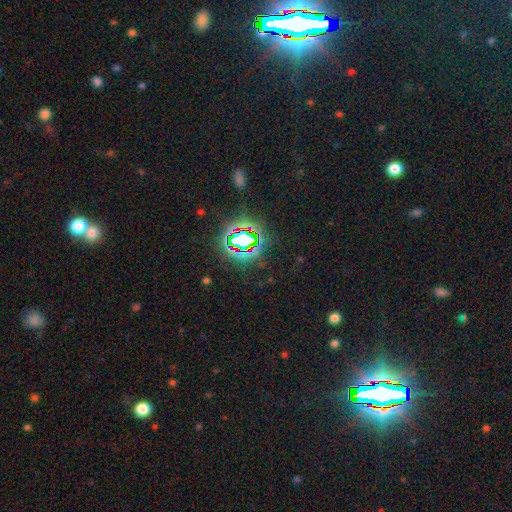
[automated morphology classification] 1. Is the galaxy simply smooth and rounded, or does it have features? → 82% star or artifact, 11% smooth, 7% featured or disk.